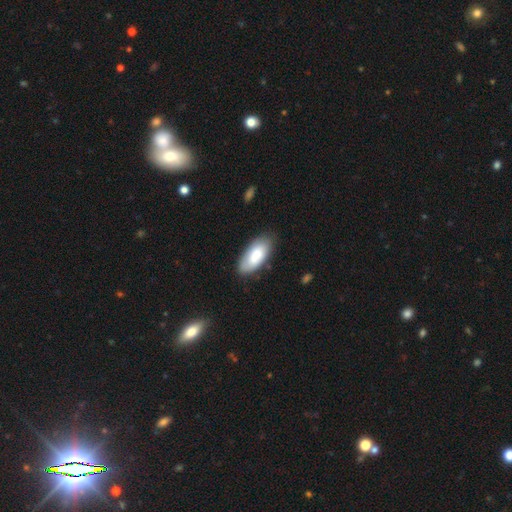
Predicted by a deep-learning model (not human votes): smooth 79%, featured or disk 16%, star or artifact 6%. Down the decision tree: how rounded — in between (91%); merging — none (78%).